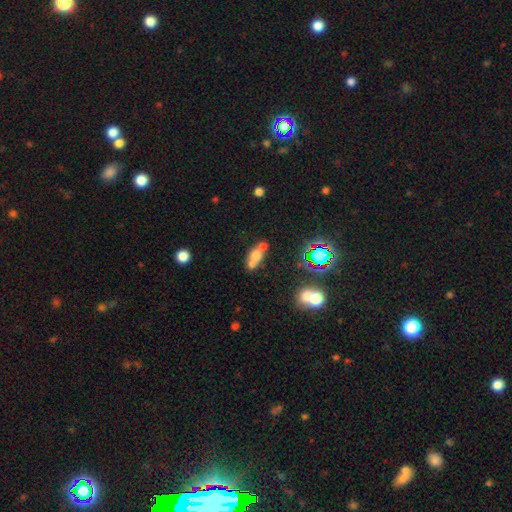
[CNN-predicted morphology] type=smooth (60%); roundness=in between (61%); merging=merger (49%).